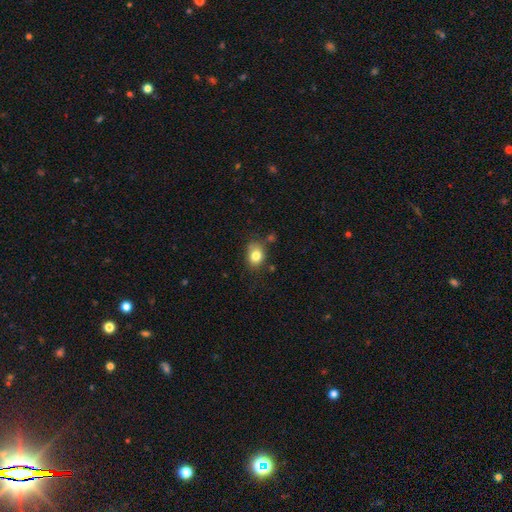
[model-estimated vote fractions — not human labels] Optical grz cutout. It shows a smooth galaxy with no disk features (81%) that is round (50%). Merging: none (68%).